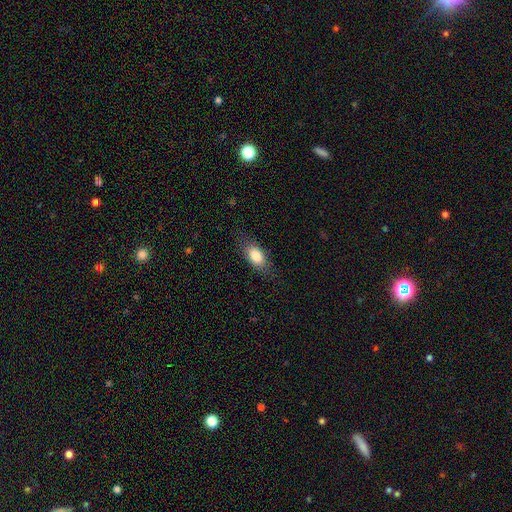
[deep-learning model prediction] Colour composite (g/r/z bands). It shows a smooth galaxy with no disk features (81%) that is in between round and cigar-shaped (85%). Merging: none (77%).